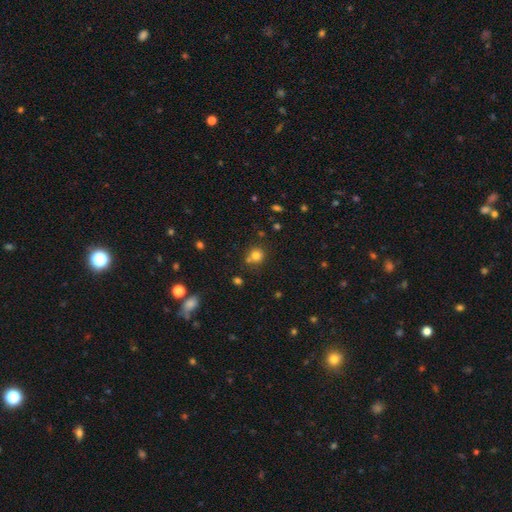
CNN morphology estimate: Overall: smooth (78%). How rounded: round (87%). Merging: none (66%).